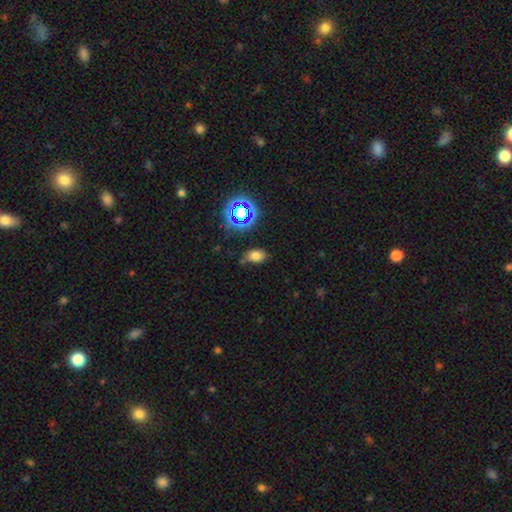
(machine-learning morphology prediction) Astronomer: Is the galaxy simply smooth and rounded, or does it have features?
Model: smooth — 71%.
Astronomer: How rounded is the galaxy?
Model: in between — 85%.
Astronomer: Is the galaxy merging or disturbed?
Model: none — 74%.